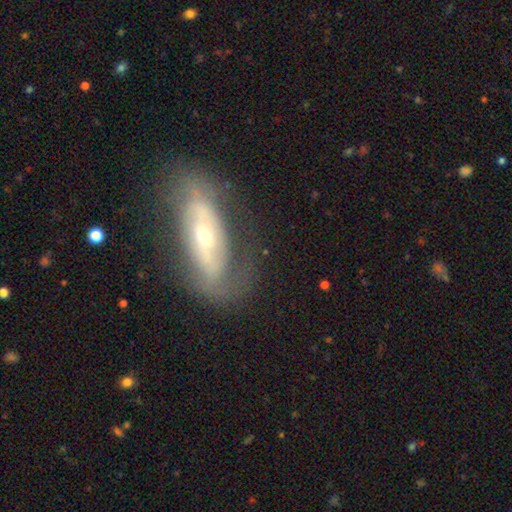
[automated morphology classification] Overall: featured or disk (69%). Edge-on disk: no (80%). Bar: no (57%; weak 22%). Spiral arms: yes (62%; no 38%). Bulge size: small (55%; moderate 40%). Merging: none (70%).